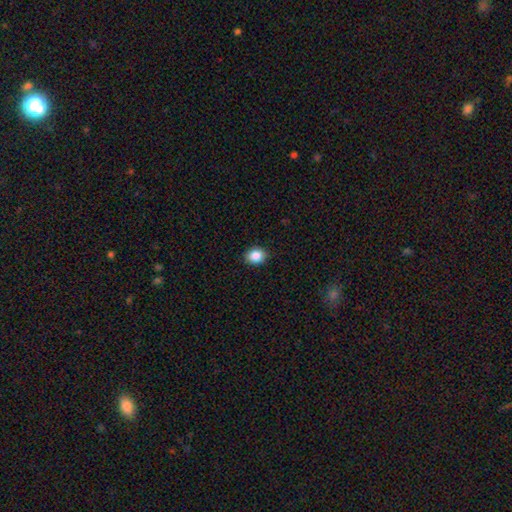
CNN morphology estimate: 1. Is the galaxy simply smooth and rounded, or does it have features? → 87% smooth, 9% star or artifact, 4% featured or disk.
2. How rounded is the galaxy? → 56% round, 43% in between, 1% cigar-shaped.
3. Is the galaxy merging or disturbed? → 90% none, 7% minor disturbance, 2% major disturbance, 1% merger.